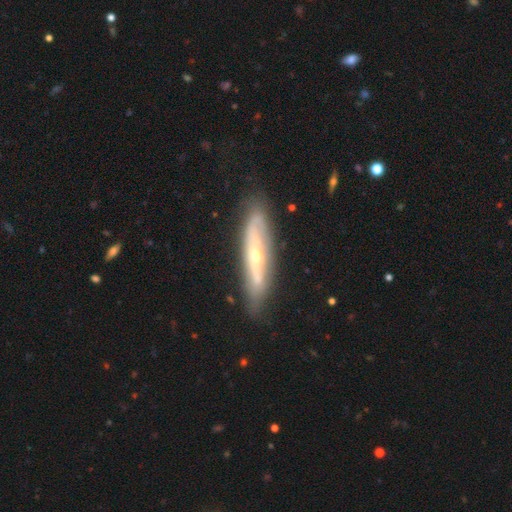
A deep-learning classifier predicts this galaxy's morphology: A featured or disk galaxy (67%). Merging: none (76%).